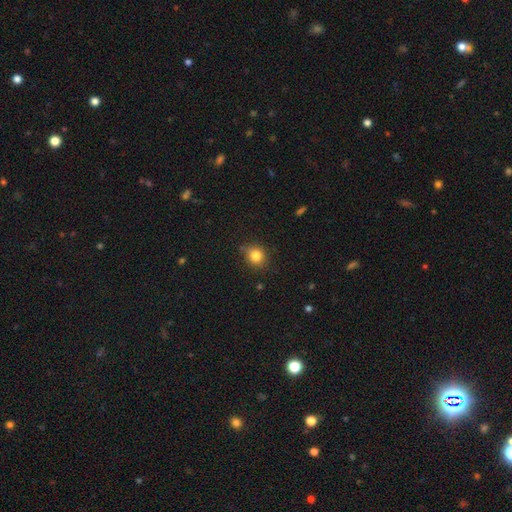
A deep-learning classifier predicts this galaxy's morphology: Overall: smooth (83%). How rounded: round (81%). Merging: none (81%).